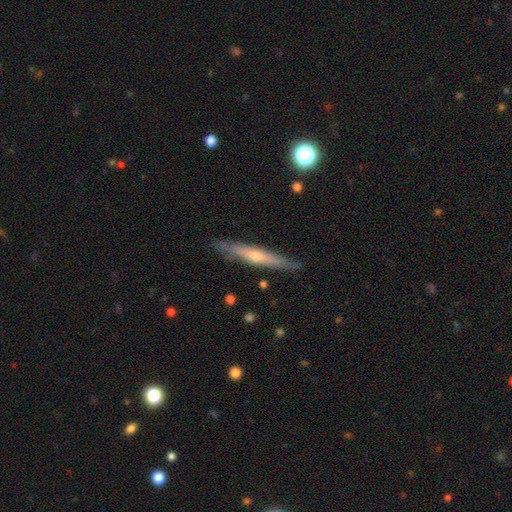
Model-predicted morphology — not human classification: featured or disk 60%, smooth 34%, star or artifact 6%. Down the decision tree: edge-on disk — yes (93%); edge-on bulge — rounded (72%); merging — none (85%).